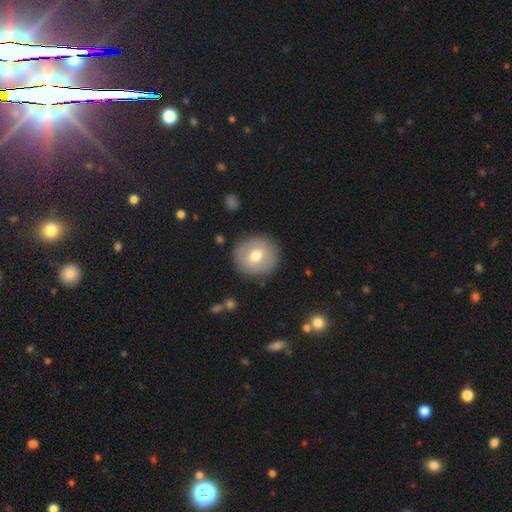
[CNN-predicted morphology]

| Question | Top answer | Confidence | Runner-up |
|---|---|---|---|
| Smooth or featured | smooth | 65% | featured or disk (28%) |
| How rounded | round | 87% | in between (12%) |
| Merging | none | 87% | minor disturbance (9%) |